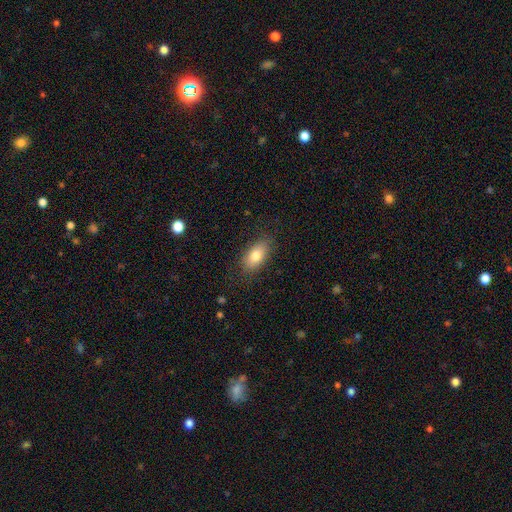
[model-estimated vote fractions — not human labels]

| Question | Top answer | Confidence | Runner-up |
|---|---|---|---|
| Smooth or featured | smooth | 79% | featured or disk (13%) |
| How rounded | in between | 89% | round (6%) |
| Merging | none | 83% | minor disturbance (12%) |